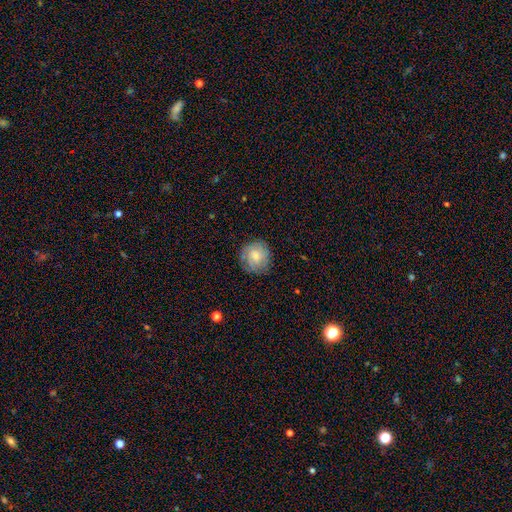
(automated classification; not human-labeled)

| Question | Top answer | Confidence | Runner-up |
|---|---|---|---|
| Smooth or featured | smooth | 55% | featured or disk (37%) |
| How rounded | round | 87% | in between (12%) |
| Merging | none | 79% | minor disturbance (15%) |